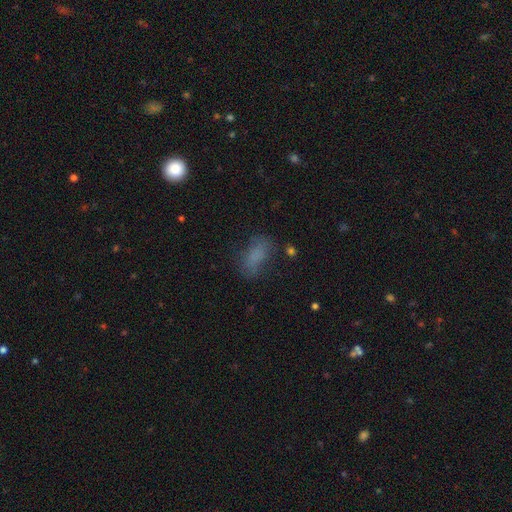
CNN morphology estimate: The model was most divided on "merging": none: 58%, minor disturbance: 23%, major disturbance: 16%, merger: 3%. More confident: how rounded — in between (85%); smooth or featured — smooth (71%).